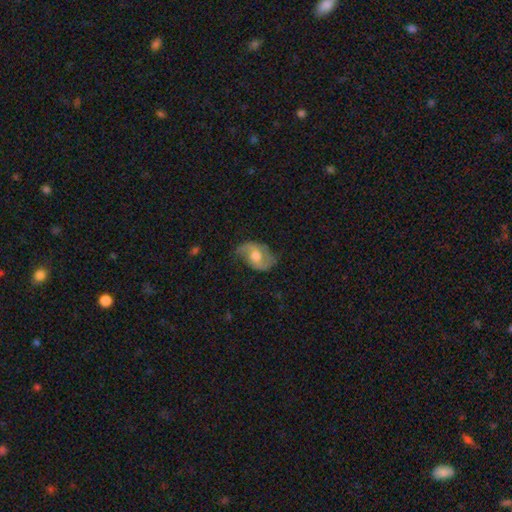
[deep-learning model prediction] Smooth or featured: featured or disk — 67% (smooth — 27%)
Edge-on disk: no — 96% (yes — 4%)
Bar: no — 60% (weak — 33%)
Spiral arms: yes — 86% (no — 14%)
Spiral winding: loose — 46% (medium — 40%)
Spiral arm count: 2 — 86% (can't tell — 7%)
Bulge size: moderate — 65% (large — 19%)
Merging: none — 63% (minor disturbance — 25%)